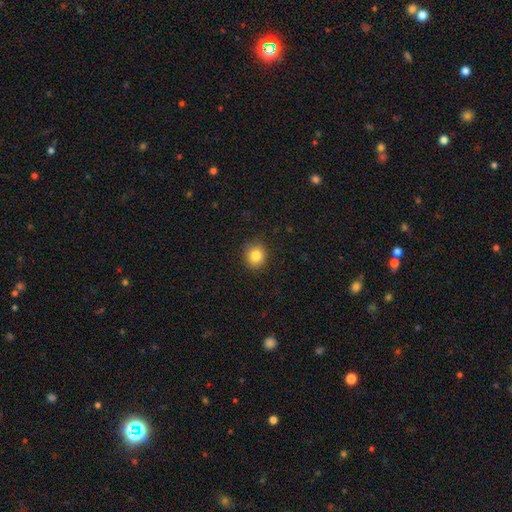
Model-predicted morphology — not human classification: Smooth or featured?
  - smooth: 83% *
  - star or artifact: 10%
  - featured or disk: 6%
How rounded?
  - round: 81% *
  - in between: 18%
  - cigar-shaped: 1%
Merging?
  - none: 88% *
  - minor disturbance: 9%
  - major disturbance: 2%
  - merger: 1%